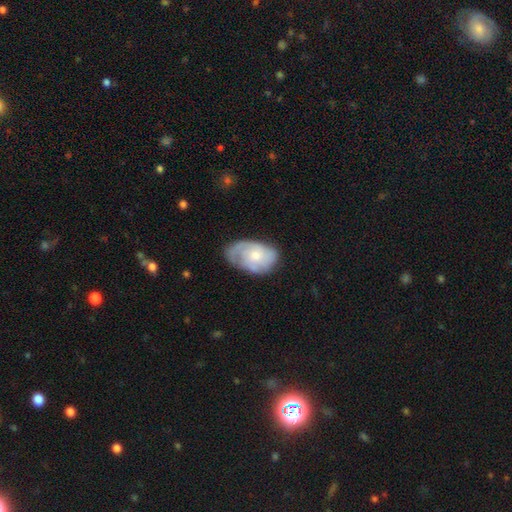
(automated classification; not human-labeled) This appears to be a featured or disk galaxy (56%) with no bar (80%), spiral arms (76%) and a moderate central bulge (48%). Merging: none (57%).